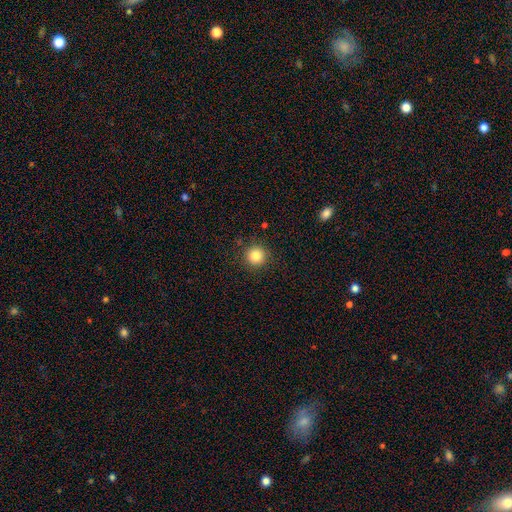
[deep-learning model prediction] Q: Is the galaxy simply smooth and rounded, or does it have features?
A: smooth — 84%.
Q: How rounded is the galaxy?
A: round — 95%.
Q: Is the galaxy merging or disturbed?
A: none — 90%.